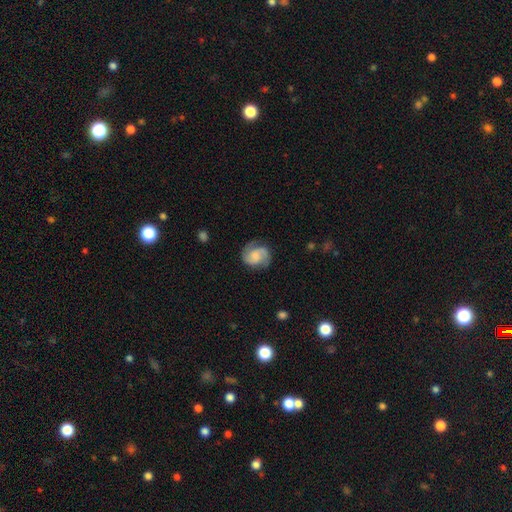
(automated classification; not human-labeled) Smooth or featured: featured or disk — 65% (smooth — 28%)
Edge-on disk: no — 98% (yes — 2%)
Bar: no — 55% (weak — 37%)
Spiral arms: yes — 93% (no — 7%)
Spiral winding: medium — 47% (tight — 32%)
Spiral arm count: 2 — 80% (can't tell — 8%)
Bulge size: small — 30% (none — 29%)
Merging: none — 70% (minor disturbance — 20%)